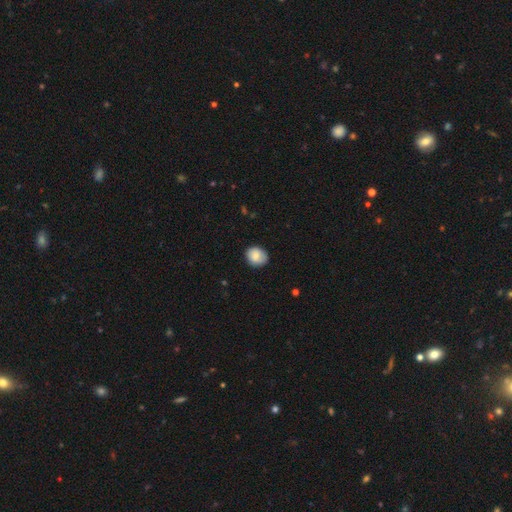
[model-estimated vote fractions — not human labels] This appears to be a smooth galaxy with no disk features (84%) that is round (71%). Merging: none (82%).